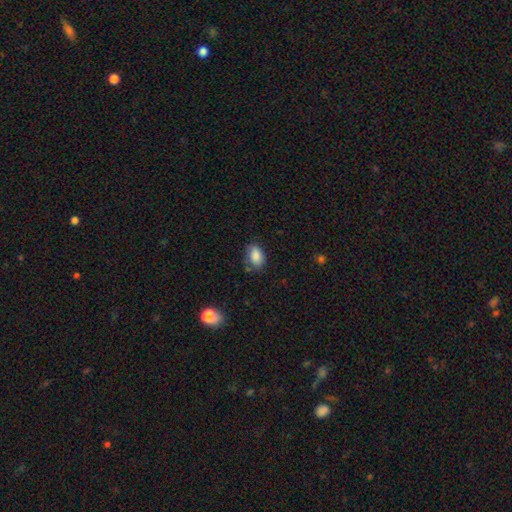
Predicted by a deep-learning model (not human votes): Smooth or featured: smooth — 86% (star or artifact — 8%)
How rounded: in between — 87% (round — 12%)
Merging: none — 68% (minor disturbance — 23%)